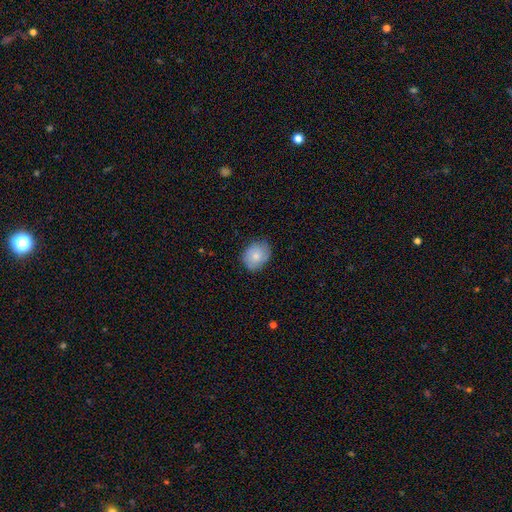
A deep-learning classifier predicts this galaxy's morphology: smooth_or_featured: smooth (p=0.76) [alt: featured or disk p=0.18]
how_rounded: in between (p=0.54) [alt: round p=0.45]
merging: none (p=0.76) [alt: minor disturbance p=0.19]